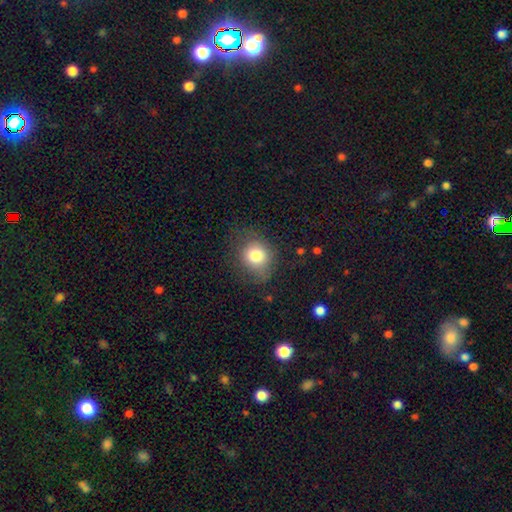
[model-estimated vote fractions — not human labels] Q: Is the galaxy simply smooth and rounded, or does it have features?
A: smooth — 80%.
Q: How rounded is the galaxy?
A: round — 71%.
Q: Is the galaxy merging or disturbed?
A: none — 67%.